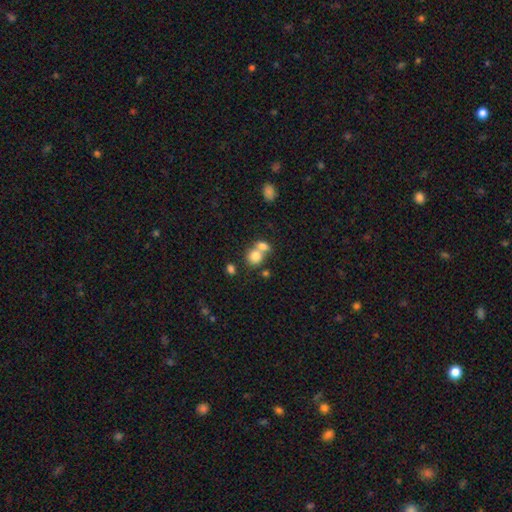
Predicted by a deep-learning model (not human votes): This is likely a smooth galaxy (78%). How rounded: likely round (71%). Merging: possibly merger (56%).